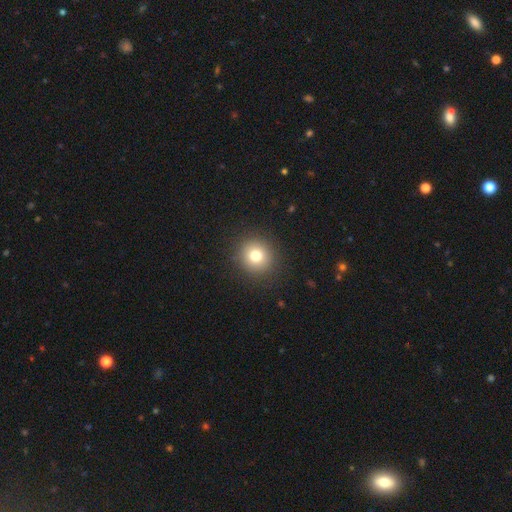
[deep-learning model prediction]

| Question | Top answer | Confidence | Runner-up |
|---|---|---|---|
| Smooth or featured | smooth | 77% | star or artifact (13%) |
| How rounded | round | 92% | in between (7%) |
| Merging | none | 90% | minor disturbance (6%) |